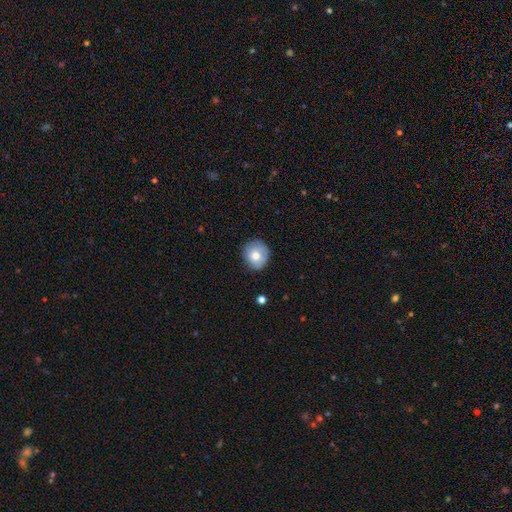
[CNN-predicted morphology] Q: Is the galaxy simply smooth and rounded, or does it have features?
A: smooth — 74%.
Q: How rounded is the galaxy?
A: round — 84%.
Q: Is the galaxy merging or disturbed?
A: none — 79%.